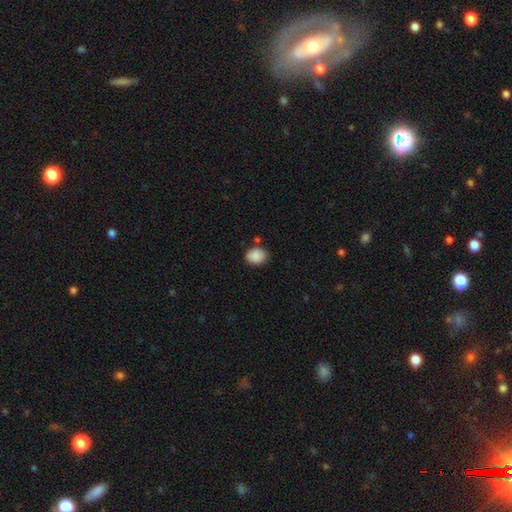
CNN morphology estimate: type=smooth (88%); roundness=round (51%); merging=none (76%).